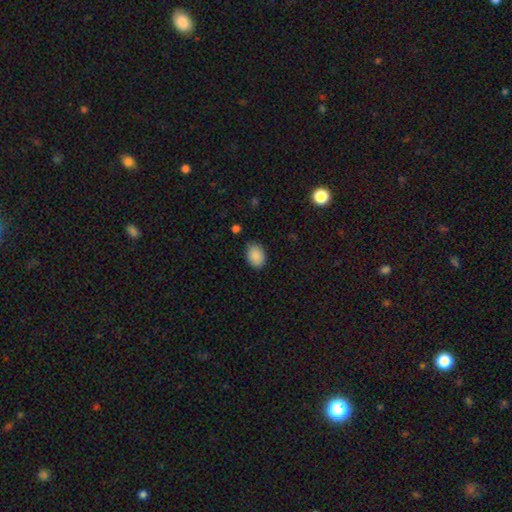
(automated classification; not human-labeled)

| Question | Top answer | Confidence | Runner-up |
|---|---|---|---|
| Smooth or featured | smooth | 89% | star or artifact (8%) |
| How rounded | in between | 79% | round (20%) |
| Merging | none | 82% | minor disturbance (14%) |